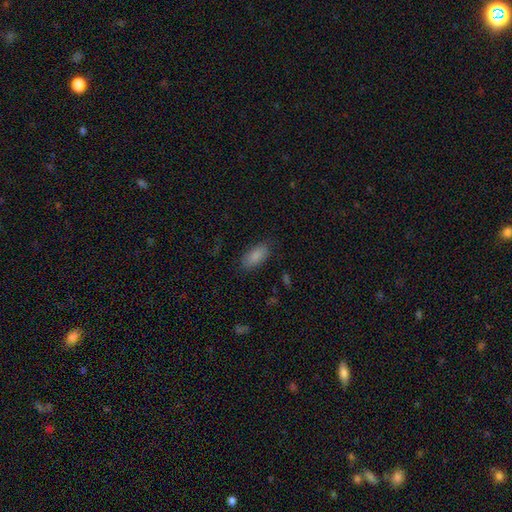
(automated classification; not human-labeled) The model was most divided on "merging": none: 83%, minor disturbance: 12%, major disturbance: 3%, merger: 1%. More confident: how rounded — in between (91%); smooth or featured — smooth (86%).